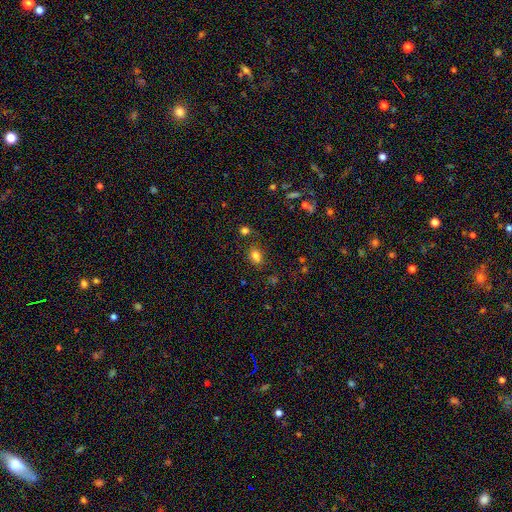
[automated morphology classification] Smooth or featured: smooth — 79% (star or artifact — 14%)
How rounded: in between — 71% (round — 27%)
Merging: none — 73% (minor disturbance — 15%)